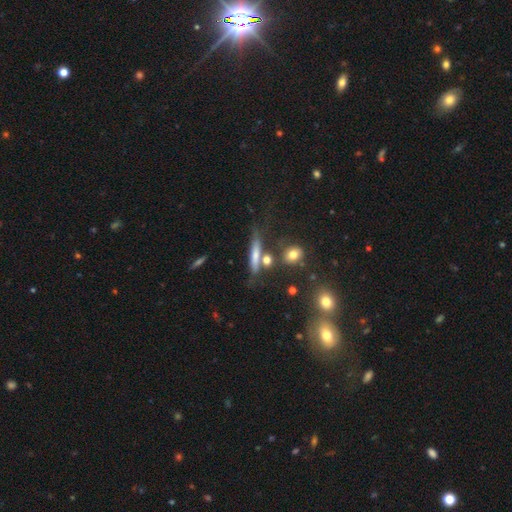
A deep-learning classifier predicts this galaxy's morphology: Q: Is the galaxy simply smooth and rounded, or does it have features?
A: smooth — 56%.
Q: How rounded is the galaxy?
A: cigar-shaped — 77%.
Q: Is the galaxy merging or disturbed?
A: none — 58%.